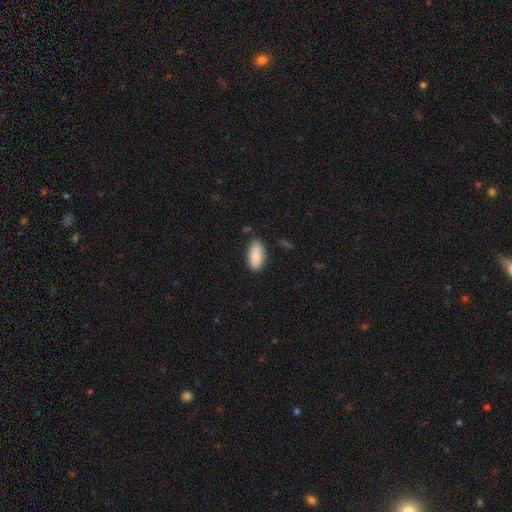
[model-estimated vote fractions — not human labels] smooth_or_featured: smooth (p=0.89) [alt: star or artifact p=0.06]
how_rounded: in between (p=0.91) [alt: cigar-shaped p=0.07]
merging: none (p=0.81) [alt: minor disturbance p=0.14]